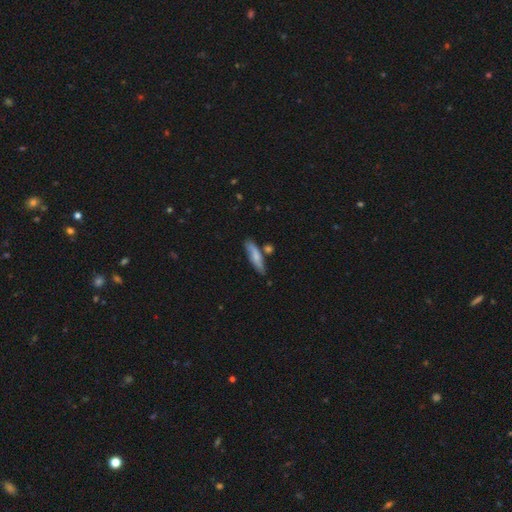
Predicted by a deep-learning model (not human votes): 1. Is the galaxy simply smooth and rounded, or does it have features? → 64% smooth, 29% featured or disk, 6% star or artifact.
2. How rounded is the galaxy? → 69% cigar-shaped, 28% in between, 2% round.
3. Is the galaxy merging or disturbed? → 69% none, 19% minor disturbance, 8% merger, 4% major disturbance.